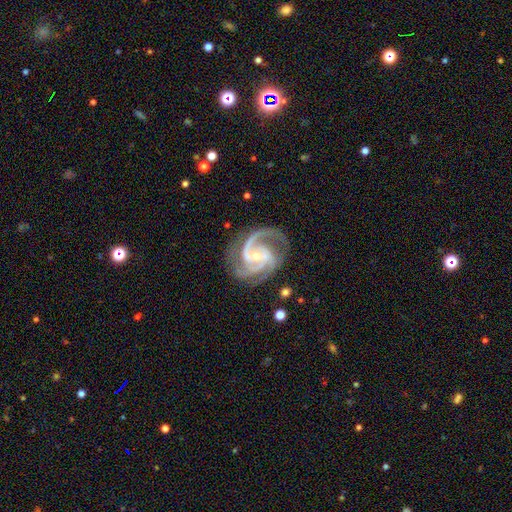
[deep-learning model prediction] Morphology: type=featured or disk (94%); edge-on=no (98%); bar=no (50%); spiral arms=yes (99%); winding=medium (53%); arm count=3 (59%); bulge=small (67%); merging=none (72%).